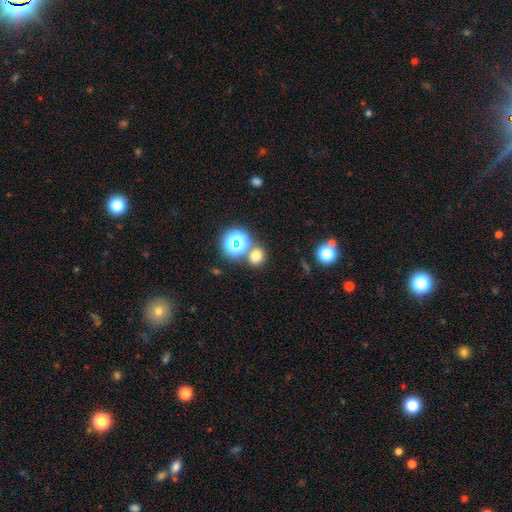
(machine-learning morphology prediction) A smooth galaxy with no disk features (70%) that is round (78%).

Vote fractions:
- Smooth or featured? smooth: 70% / star or artifact: 23% / featured or disk: 6%
- How rounded? round: 78% / in between: 21% / cigar-shaped: 1%
- Merging? none: 74% / merger: 16% / minor disturbance: 8% / major disturbance: 3%